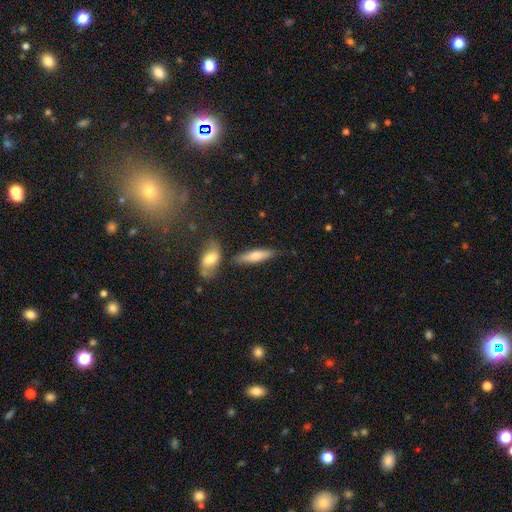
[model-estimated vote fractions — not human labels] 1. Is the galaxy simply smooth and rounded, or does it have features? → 70% smooth, 24% featured or disk, 6% star or artifact.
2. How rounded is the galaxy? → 67% cigar-shaped, 31% in between, 2% round.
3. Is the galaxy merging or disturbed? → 72% none, 14% minor disturbance, 10% merger, 4% major disturbance.